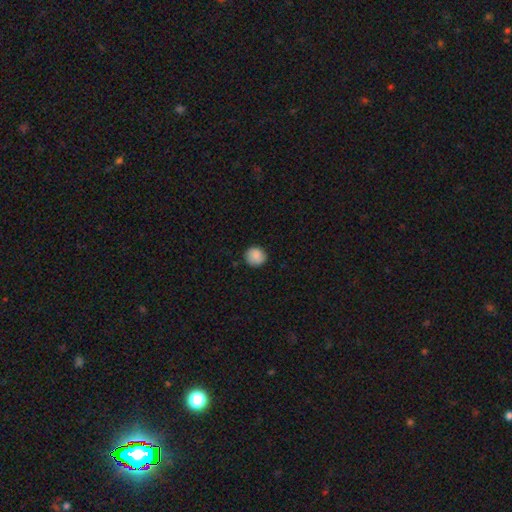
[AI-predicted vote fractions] smooth_or_featured: smooth (p=0.88) [alt: star or artifact p=0.08]
how_rounded: round (p=0.91) [alt: in between p=0.08]
merging: none (p=0.88) [alt: minor disturbance p=0.09]